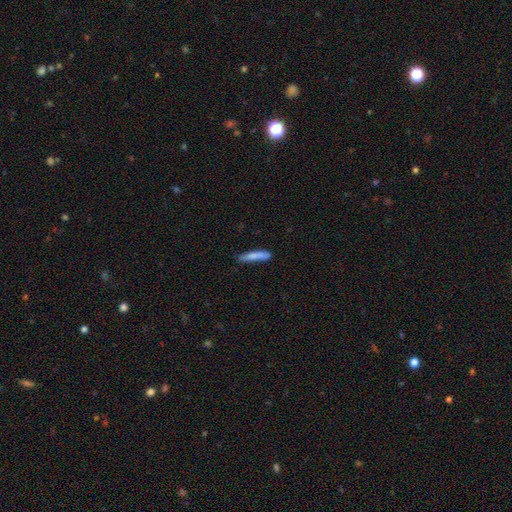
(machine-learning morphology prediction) This appears to be a smooth galaxy with no disk features (78%) that is cigar-shaped (89%). Merging: none (75%).